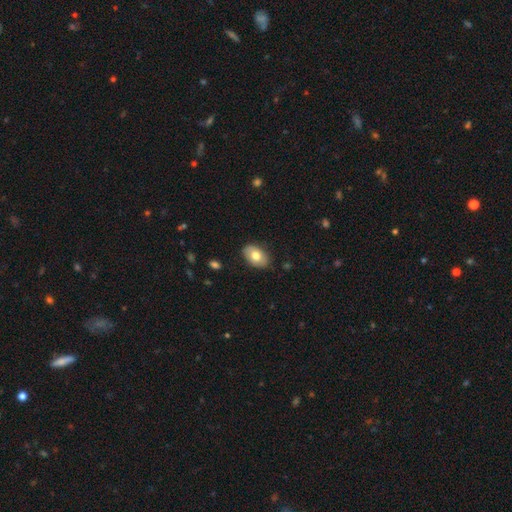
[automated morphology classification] Smooth or featured?
  - smooth: 74% *
  - featured or disk: 20%
  - star or artifact: 6%
How rounded?
  - in between: 89% *
  - round: 10%
  - cigar-shaped: 1%
Merging?
  - none: 85% *
  - minor disturbance: 12%
  - major disturbance: 2%
  - merger: 1%